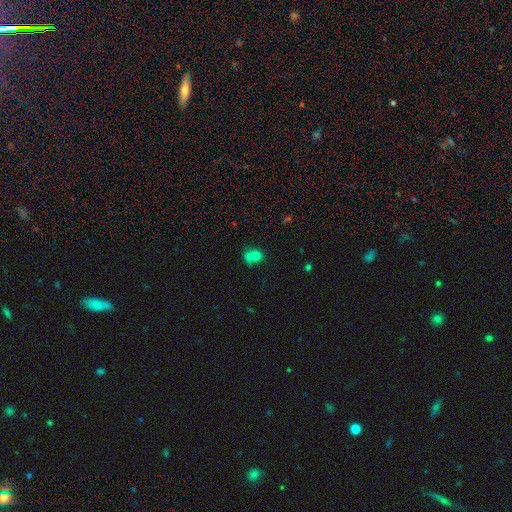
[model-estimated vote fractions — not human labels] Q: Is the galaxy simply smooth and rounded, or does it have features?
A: smooth — 69%.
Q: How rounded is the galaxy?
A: round — 64%.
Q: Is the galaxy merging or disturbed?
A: merger — 44%.